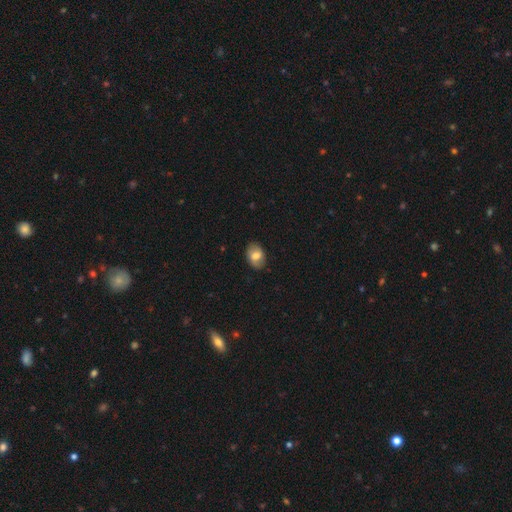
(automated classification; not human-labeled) The model was most divided on "smooth or featured": smooth: 66%, featured or disk: 26%, star or artifact: 8%. More confident: merging — none (84%); how rounded — in between (83%).